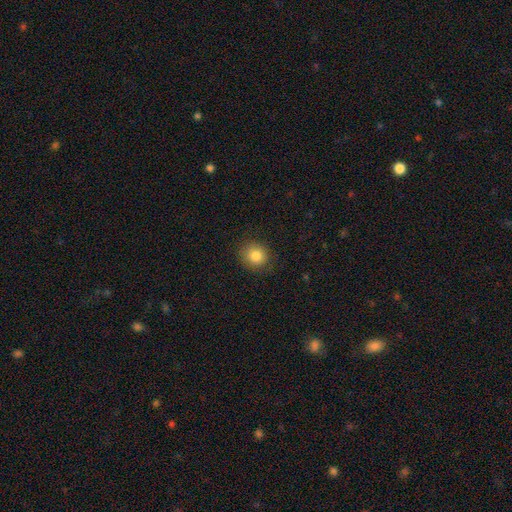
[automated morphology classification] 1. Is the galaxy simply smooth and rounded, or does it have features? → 83% smooth, 10% star or artifact, 6% featured or disk.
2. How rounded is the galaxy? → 86% round, 13% in between, 1% cigar-shaped.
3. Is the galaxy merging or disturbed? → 87% none, 9% minor disturbance, 3% major disturbance, 1% merger.